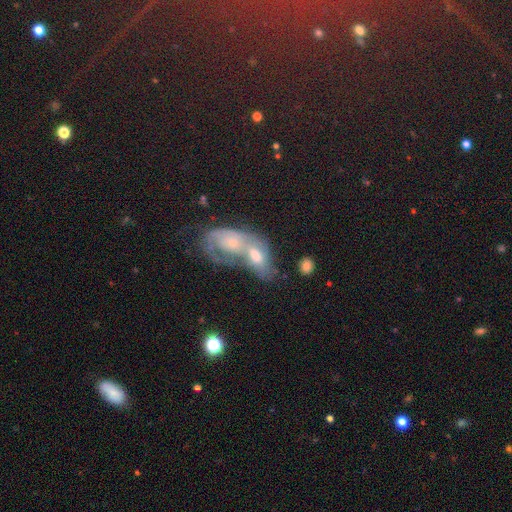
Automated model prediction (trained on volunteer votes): featured or disk 50%, smooth 43%, star or artifact 7%. Down the decision tree: merging — merger (70%).